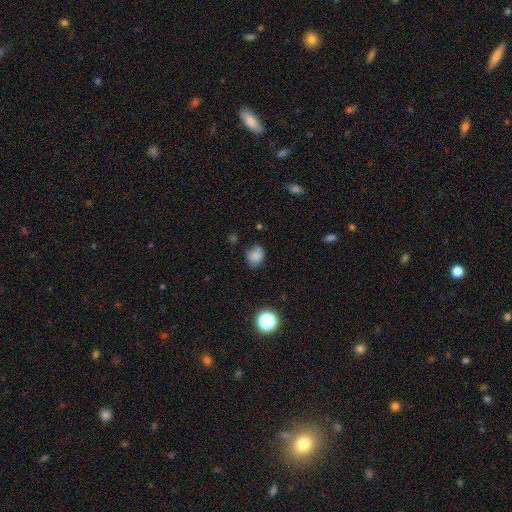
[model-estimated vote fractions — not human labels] A smooth galaxy with no disk features (80%) that is round (64%). Merging: none (66%).